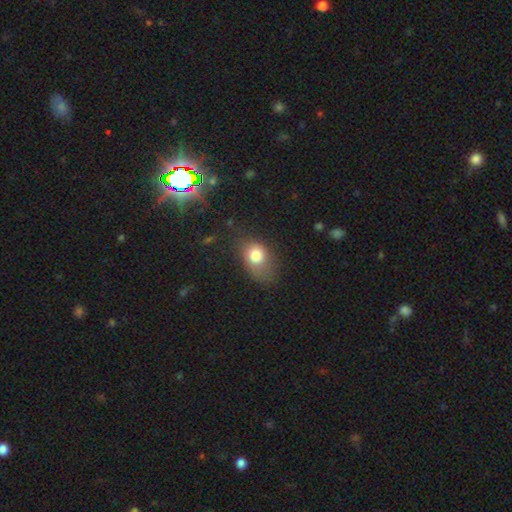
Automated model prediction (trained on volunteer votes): Morphology: type=smooth (76%); roundness=in between (64%); merging=none (50%).